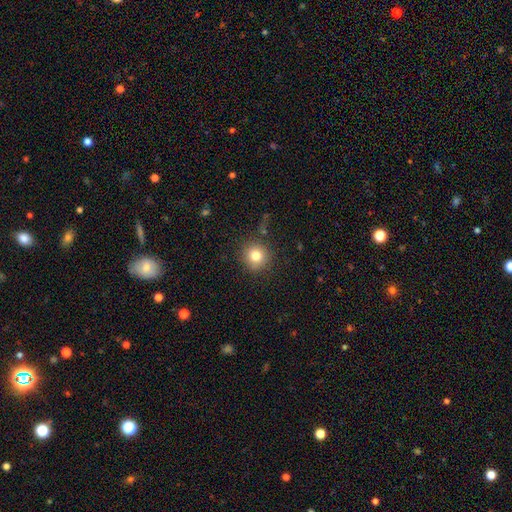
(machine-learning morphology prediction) This appears to be a smooth galaxy with no disk features (81%) that is round (92%). Merging: none (86%).